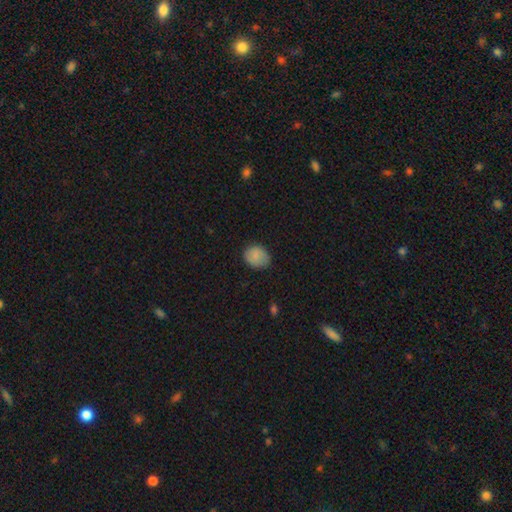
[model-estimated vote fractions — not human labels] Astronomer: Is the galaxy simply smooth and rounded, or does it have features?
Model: smooth — 82%.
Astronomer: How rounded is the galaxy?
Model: round — 58% (runner-up: in between, 41%).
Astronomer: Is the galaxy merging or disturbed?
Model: none — 74%.